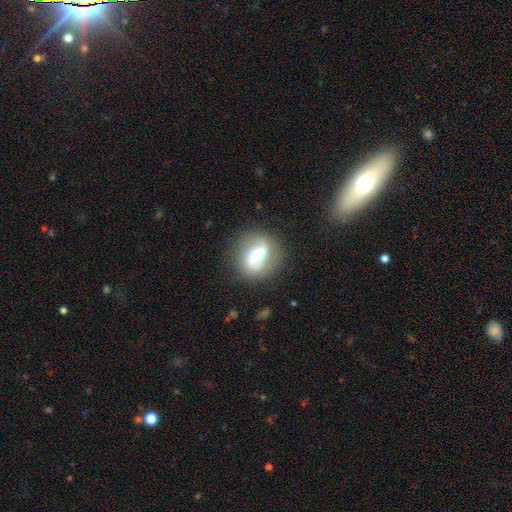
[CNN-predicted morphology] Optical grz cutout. It shows a featured or disk galaxy (54%). Merging: none (78%).